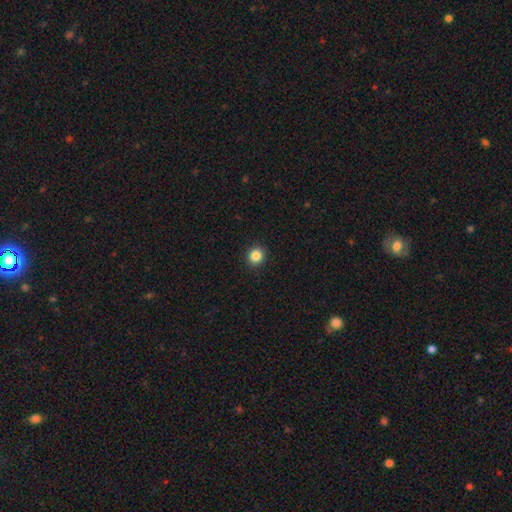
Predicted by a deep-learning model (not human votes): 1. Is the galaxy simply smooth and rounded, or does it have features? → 85% smooth, 11% star or artifact, 4% featured or disk.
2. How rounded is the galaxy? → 88% round, 11% in between, 1% cigar-shaped.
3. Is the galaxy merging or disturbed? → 93% none, 5% minor disturbance, 2% major disturbance, 1% merger.